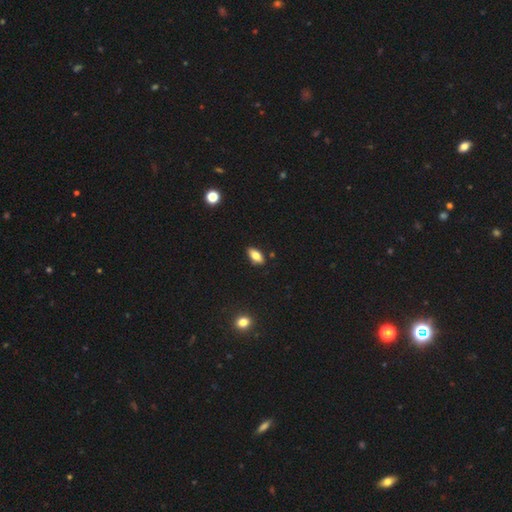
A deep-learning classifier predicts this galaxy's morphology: Smooth or featured? smooth (76%)
How rounded? in between (87%)
Merging? none (87%)